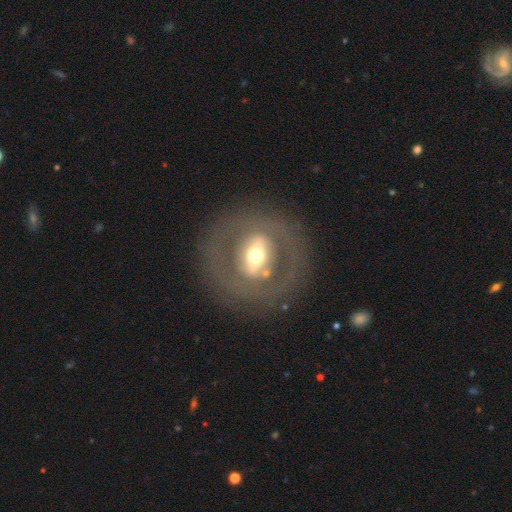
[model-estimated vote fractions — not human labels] Overall: featured or disk (63%; smooth 29%). Edge-on disk: no (87%). Bar: strong (51%; no 26%). Spiral arms: no (87%). Bulge size: moderate (59%; small 23%). Merging: none (79%).